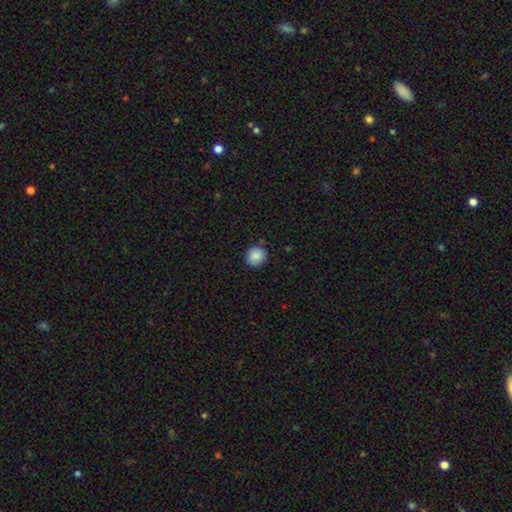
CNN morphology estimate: smooth_or_featured: smooth (p=0.88) [alt: star or artifact p=0.08]
how_rounded: round (p=0.84) [alt: in between p=0.15]
merging: none (p=0.84) [alt: minor disturbance p=0.13]